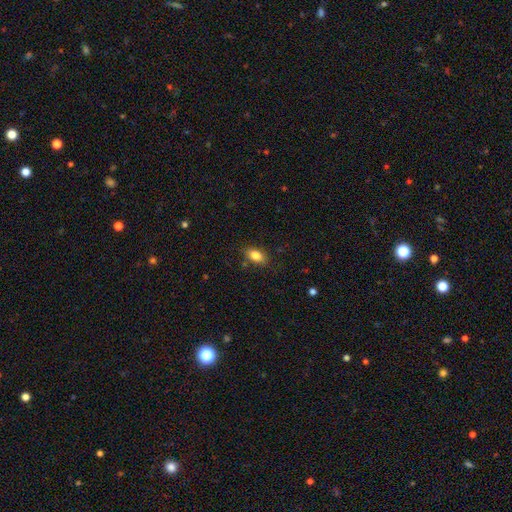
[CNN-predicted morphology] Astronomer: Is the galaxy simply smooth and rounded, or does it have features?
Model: smooth — 83%.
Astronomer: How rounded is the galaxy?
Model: in between — 87%.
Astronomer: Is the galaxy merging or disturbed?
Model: none — 82%.